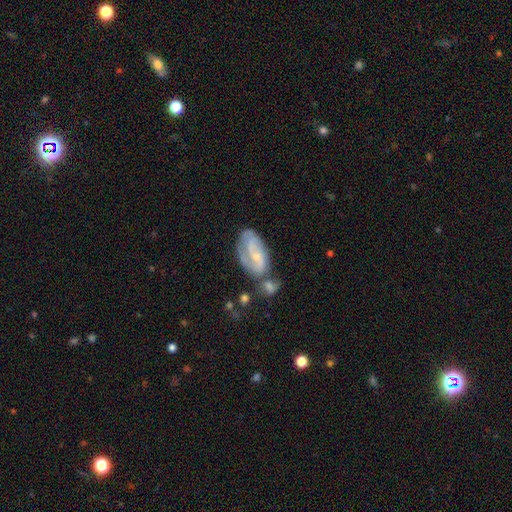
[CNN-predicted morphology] A featured or disk galaxy (70%) with a weak bar (43%), 2 (57%) tight (43%) spiral arms (85%) and a small central bulge (64%).

Vote fractions:
- Smooth or featured? featured or disk: 70% / smooth: 21% / star or artifact: 8%
- Edge-on disk? no: 94% / yes: 6%
- Bar? weak: 43% / no: 42% / strong: 16%
- Spiral arms? yes: 85% / no: 15%
- Spiral winding? tight: 43% / medium: 40% / loose: 17%
- Spiral arm count? 2: 57% / can't tell: 22% / 1: 12% / 3: 6% / 4: 2% / more than 4: 2%
- Bulge size? small: 64% / moderate: 27% / none: 7% / large: 2% / dominant: 1%
- Merging? none: 40% / merger: 27% / minor disturbance: 21% / major disturbance: 13%